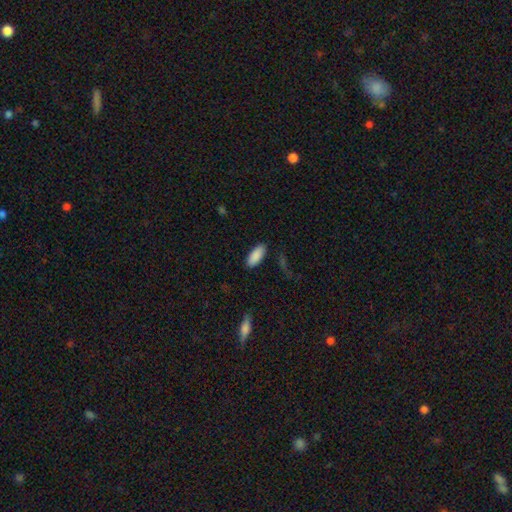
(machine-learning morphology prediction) smooth-or-featured: smooth: 90% | star or artifact: 6% | featured or disk: 4%
  how-rounded: in between: 85% | cigar-shaped: 13% | round: 2%
  merging: none: 88% | minor disturbance: 8% | major disturbance: 2% | merger: 1%